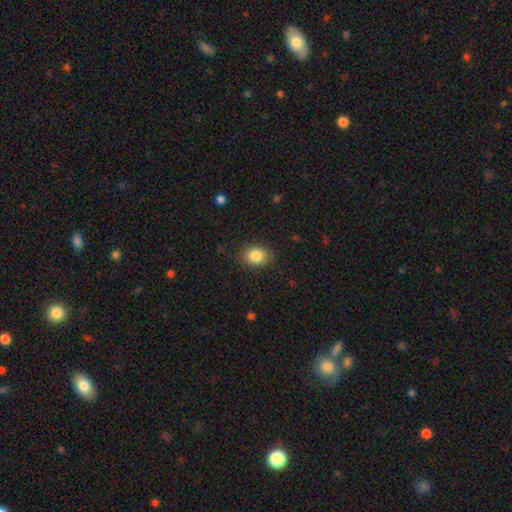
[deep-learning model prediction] Smooth or featured?
  - smooth: 85% *
  - star or artifact: 9%
  - featured or disk: 6%
How rounded?
  - in between: 57% *
  - round: 43%
  - cigar-shaped: 1%
Merging?
  - none: 87% *
  - minor disturbance: 10%
  - major disturbance: 3%
  - merger: 1%